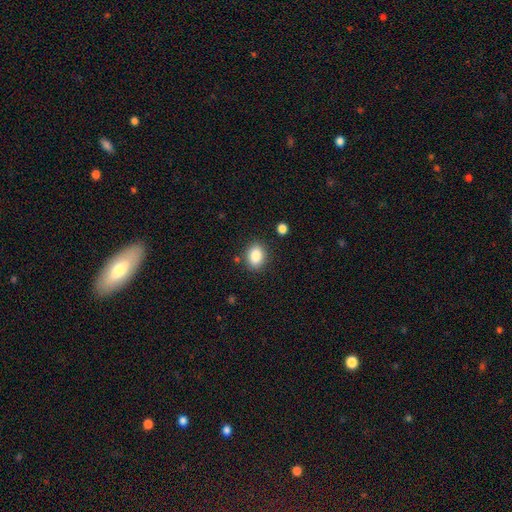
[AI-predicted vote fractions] Smooth or featured? Predicted: smooth (p=0.86). How rounded? Predicted: in between (p=0.69). Merging? Predicted: none (p=0.85).